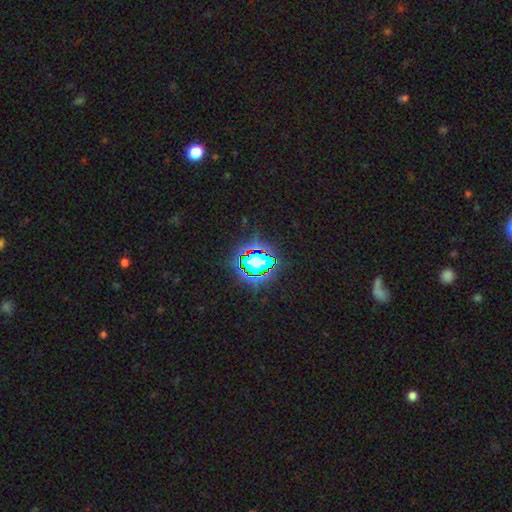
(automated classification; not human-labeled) Smooth or featured: star or artifact — 82% (smooth — 12%)